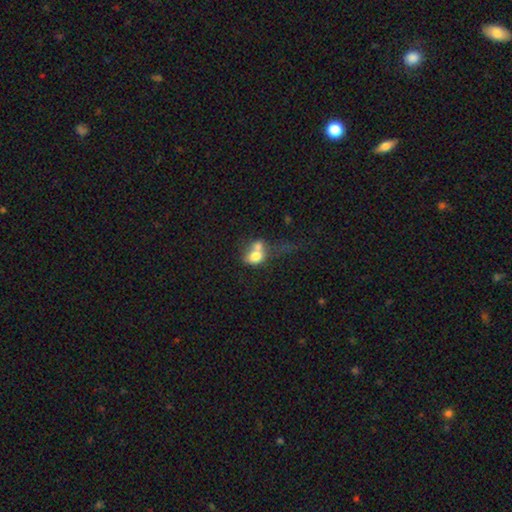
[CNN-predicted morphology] This is likely a smooth galaxy (68%). How rounded: possibly in between (59%). Merging: likely merger (61%).